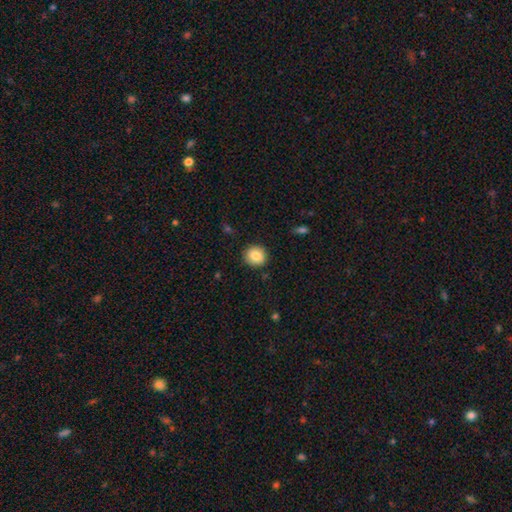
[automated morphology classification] Q: Smooth or featured?
A: smooth (85%); runner-up: star or artifact (8%)
Q: How rounded?
A: round (91%); runner-up: in between (8%)
Q: Merging?
A: none (91%); runner-up: minor disturbance (6%)